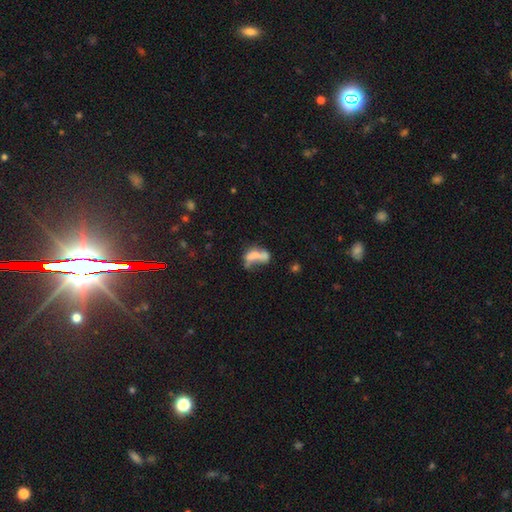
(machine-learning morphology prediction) This appears to be a smooth galaxy with no disk features (51%) that is in between round and cigar-shaped (76%). Merging: merger (43%).